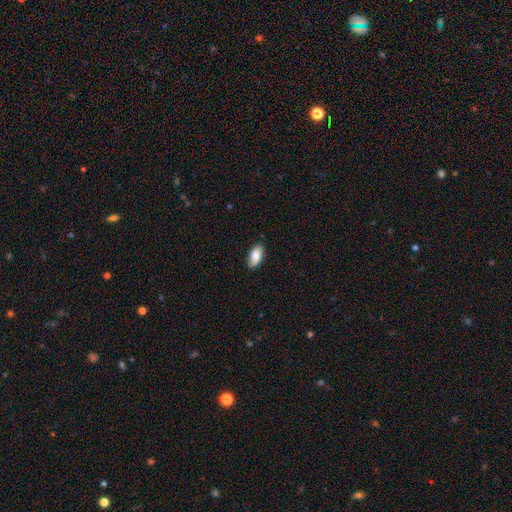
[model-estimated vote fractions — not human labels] Smooth or featured: smooth — 80% (featured or disk — 13%)
How rounded: in between — 91% (cigar-shaped — 5%)
Merging: none — 84% (minor disturbance — 13%)